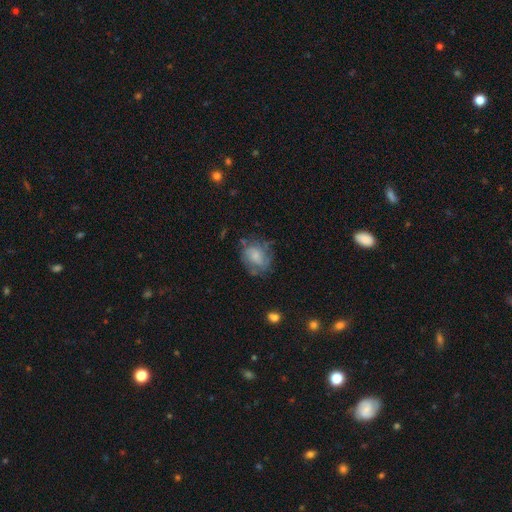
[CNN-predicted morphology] smooth 51%, featured or disk 40%, star or artifact 9%. Down the decision tree: how rounded — round (52%); merging — none (57%).